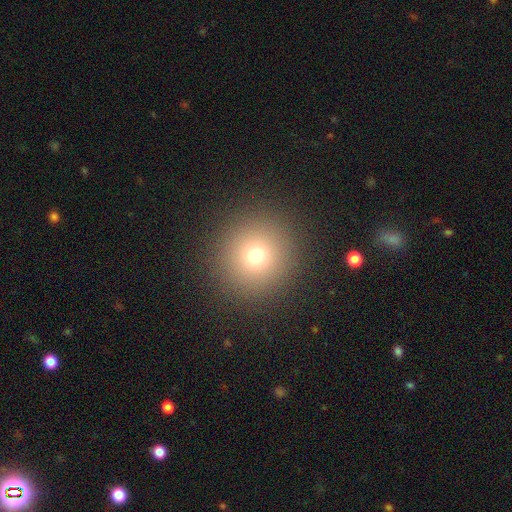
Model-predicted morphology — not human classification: Smooth or featured? smooth (72%)
How rounded? round (95%)
Merging? none (91%)